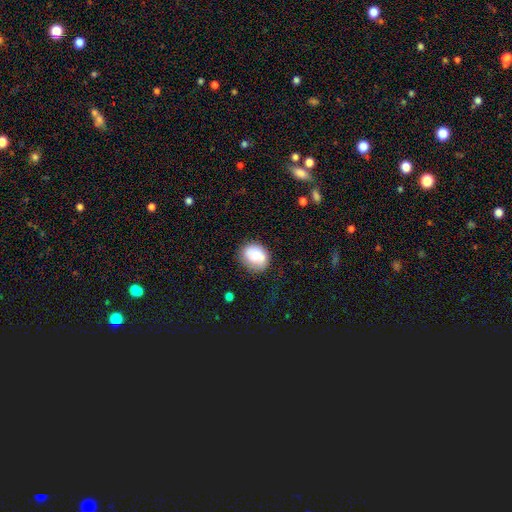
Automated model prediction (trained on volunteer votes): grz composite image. It shows a smooth galaxy with no disk features (67%) that is round (61%). Merging: none (71%).